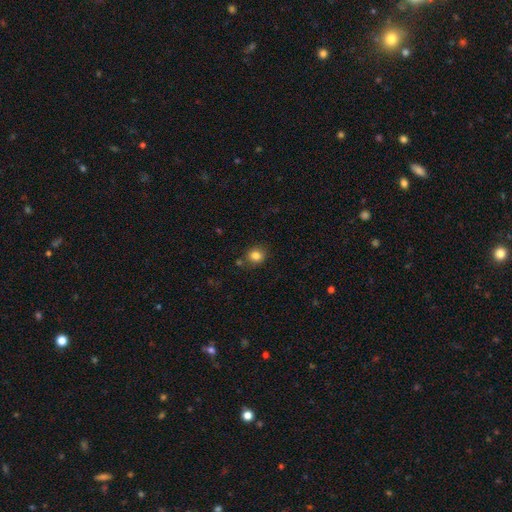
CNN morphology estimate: This appears to be a smooth galaxy with no disk features (83%) that is round (80%). Merging: none (80%).